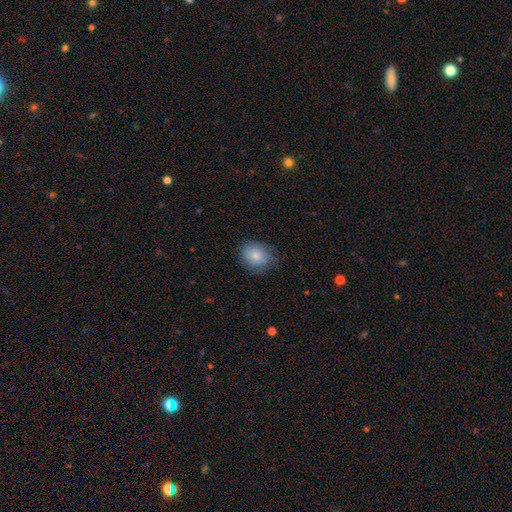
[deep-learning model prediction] This is clearly a smooth galaxy (81%). How rounded: possibly round (53%). Merging: likely none (73%).